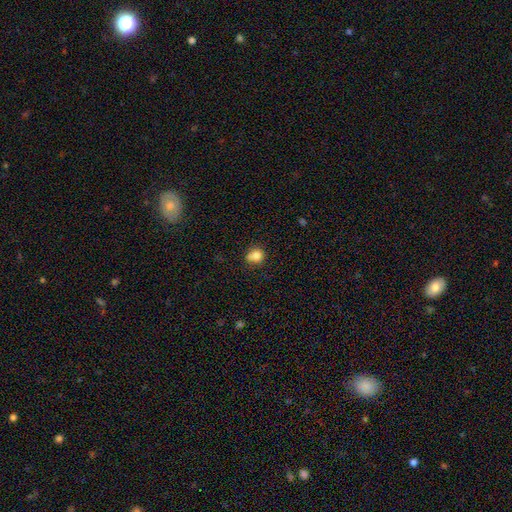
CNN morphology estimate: smooth_or_featured: smooth (p=0.81) [alt: star or artifact p=0.11]
how_rounded: round (p=0.79) [alt: in between p=0.20]
merging: none (p=0.60) [alt: minor disturbance p=0.20]